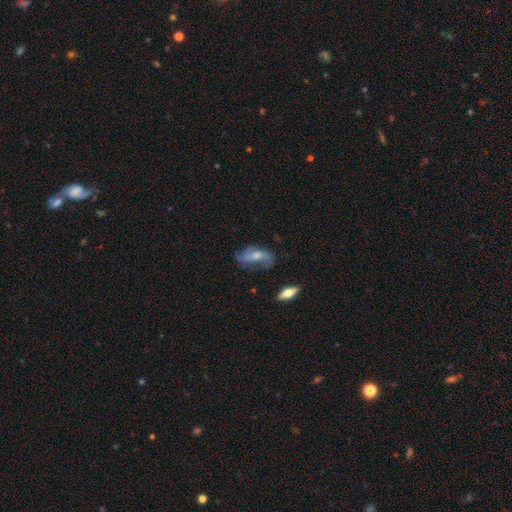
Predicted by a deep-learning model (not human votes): Smooth or featured: featured or disk — 61% (smooth — 31%)
Edge-on disk: no — 88% (yes — 12%)
Bar: no — 46% (weak — 38%)
Spiral arms: yes — 82% (no — 18%)
Bulge size: moderate — 46% (small — 39%)
Merging: none — 54% (minor disturbance — 27%)